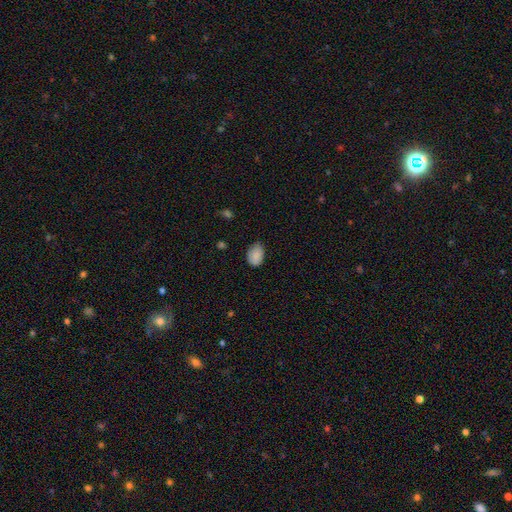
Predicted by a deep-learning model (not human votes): The model was most divided on "merging": none: 72%, minor disturbance: 23%, major disturbance: 4%, merger: 1%. More confident: smooth or featured — smooth (88%); how rounded — in between (83%).